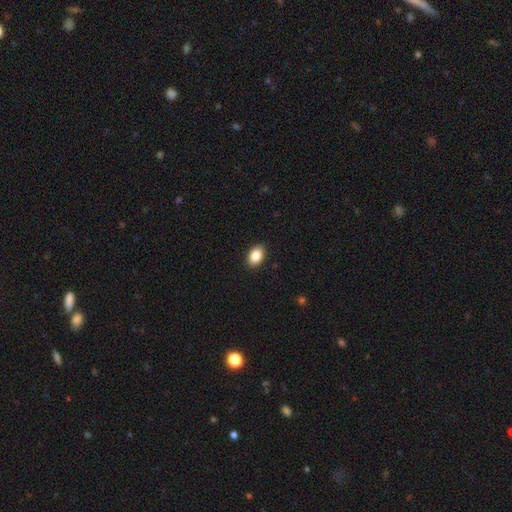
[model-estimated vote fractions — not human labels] smooth-or-featured: smooth: 87% | star or artifact: 8% | featured or disk: 6%
  how-rounded: in between: 89% | round: 10% | cigar-shaped: 1%
  merging: none: 89% | minor disturbance: 8% | major disturbance: 2% | merger: 1%